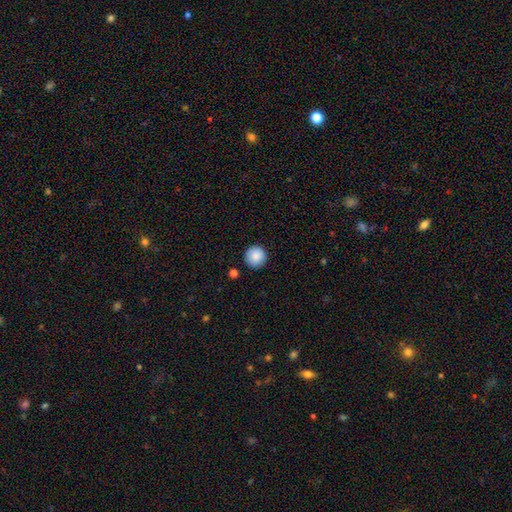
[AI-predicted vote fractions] Q: Smooth or featured?
A: smooth (88%); runner-up: star or artifact (8%)
Q: How rounded?
A: round (96%); runner-up: in between (3%)
Q: Merging?
A: none (91%); runner-up: minor disturbance (6%)